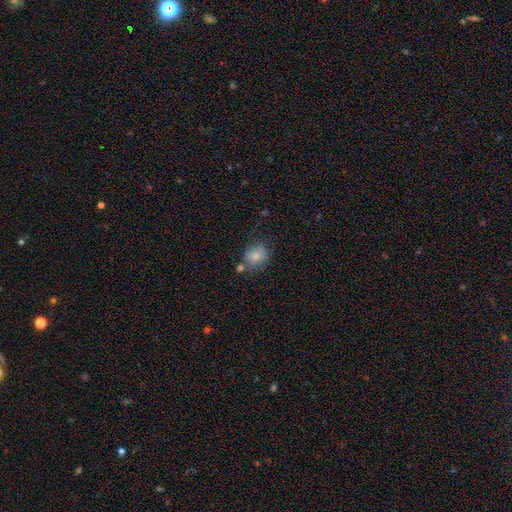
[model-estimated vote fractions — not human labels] A smooth galaxy with no disk features (83%) that is round (62%).

Vote fractions:
- Smooth or featured? smooth: 83% / star or artifact: 9% / featured or disk: 8%
- How rounded? round: 62% / in between: 37% / cigar-shaped: 1%
- Merging? none: 60% / minor disturbance: 20% / merger: 13% / major disturbance: 6%